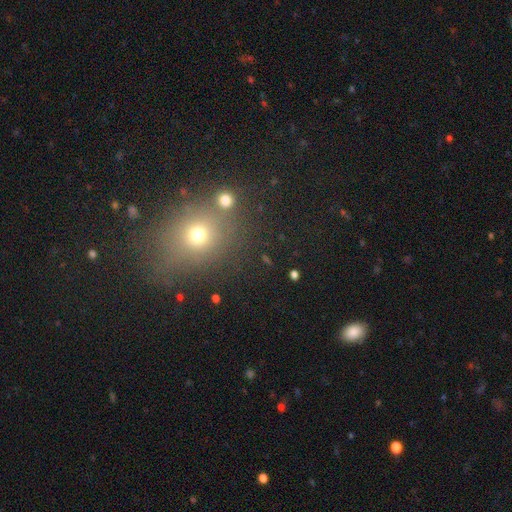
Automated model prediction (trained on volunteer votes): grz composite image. It shows a smooth galaxy with no disk features (55%) that is round (63%). Merging: none (78%).